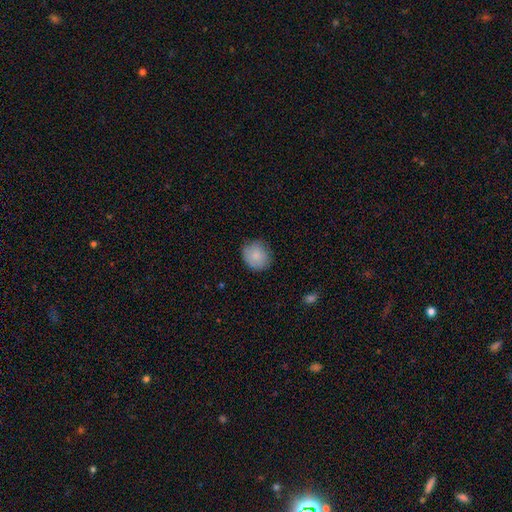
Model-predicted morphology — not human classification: smooth_or_featured: smooth (p=0.84) [alt: featured or disk p=0.08]
how_rounded: round (p=0.82) [alt: in between p=0.17]
merging: none (p=0.79) [alt: minor disturbance p=0.17]